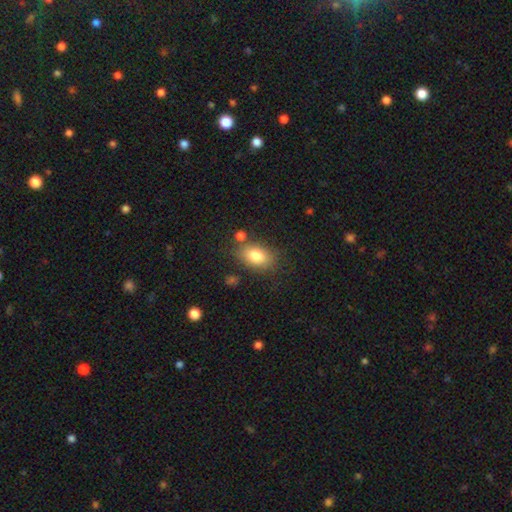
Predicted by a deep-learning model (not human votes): smooth_or_featured: smooth (p=0.80) [alt: featured or disk p=0.11]
how_rounded: in between (p=0.84) [alt: round p=0.14]
merging: none (p=0.72) [alt: minor disturbance p=0.15]